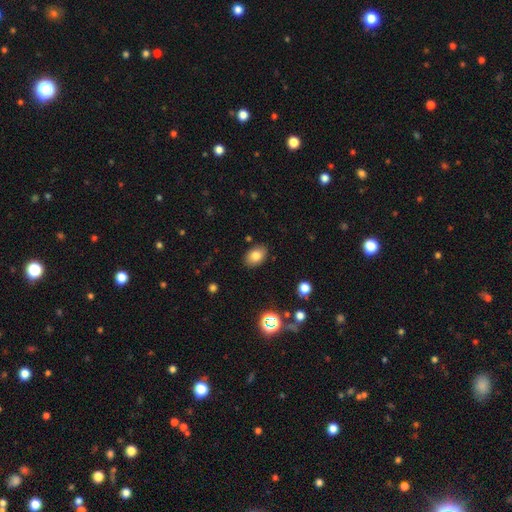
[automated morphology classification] Smooth or featured? Predicted: smooth (p=0.81). How rounded? Predicted: in between (p=0.84). Merging? Predicted: none (p=0.87).